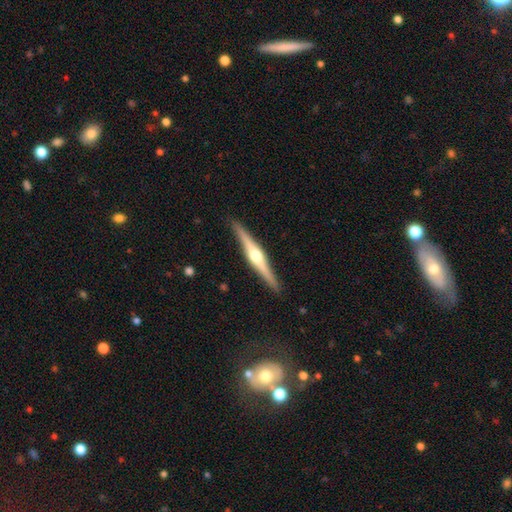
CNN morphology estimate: Overall: featured or disk (79%). Edge-on disk: yes (98%). Edge-on bulge: rounded (92%). Merging: none (91%).